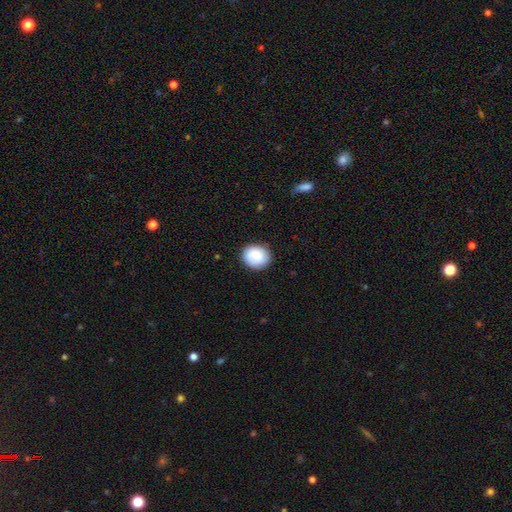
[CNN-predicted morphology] A smooth galaxy with no disk features (79%) that is round (73%). Merging: none (84%).